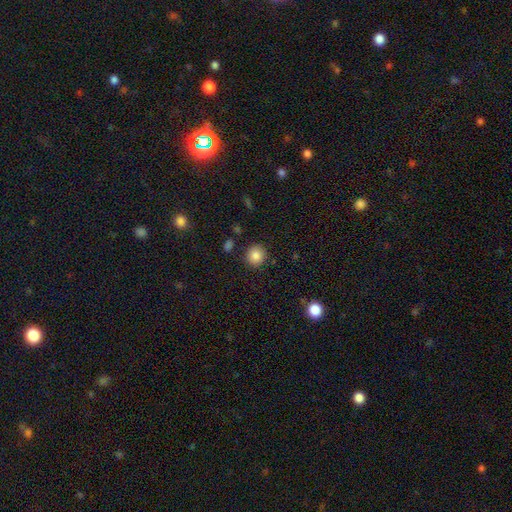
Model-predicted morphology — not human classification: A smooth galaxy with no disk features (85%) that is round (87%). Merging: none (88%).